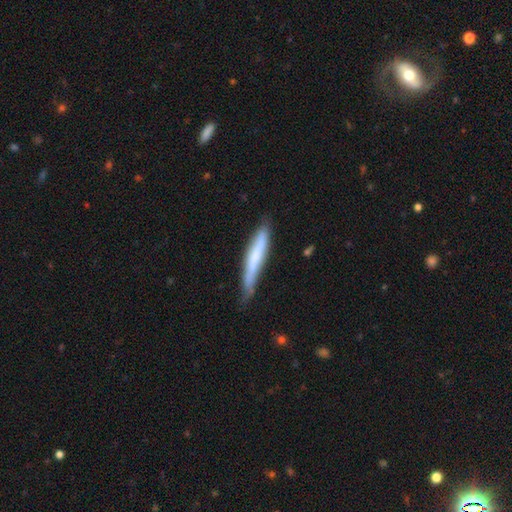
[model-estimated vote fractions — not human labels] smooth_or_featured: smooth (p=0.57) [alt: featured or disk p=0.37]
how_rounded: cigar-shaped (p=0.93) [alt: in between p=0.06]
merging: none (p=0.62) [alt: minor disturbance p=0.30]